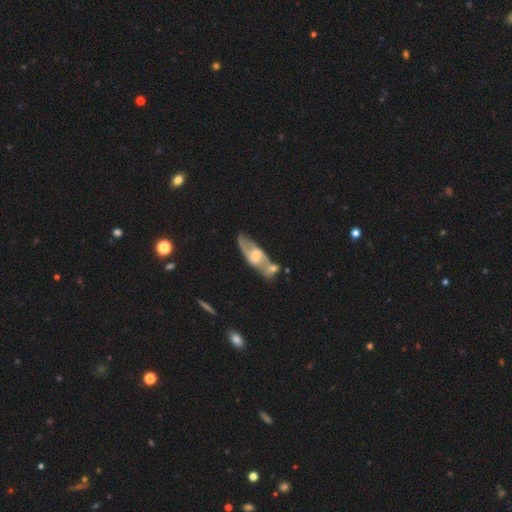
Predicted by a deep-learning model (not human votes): Smooth or featured?
  - featured or disk: 74% *
  - smooth: 20%
  - star or artifact: 6%
Edge-on disk?
  - no: 81% *
  - yes: 19%
Bar?
  - weak: 46% *
  - strong: 34%
  - no: 20%
Spiral arms?
  - yes: 79% *
  - no: 21%
Bulge size?
  - moderate: 44% *
  - small: 30%
  - large: 14%
  - none: 10%
  - dominant: 2%
Merging?
  - none: 54% *
  - merger: 23%
  - minor disturbance: 16%
  - major disturbance: 7%